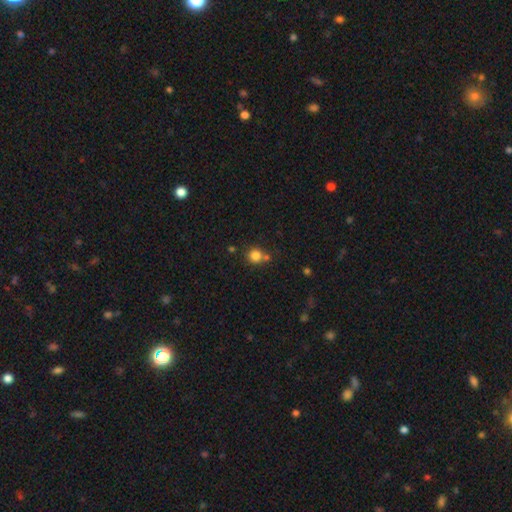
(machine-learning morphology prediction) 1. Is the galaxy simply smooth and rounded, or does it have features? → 82% smooth, 12% star or artifact, 6% featured or disk.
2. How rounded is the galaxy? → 90% round, 9% in between, 1% cigar-shaped.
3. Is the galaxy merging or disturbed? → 64% none, 22% merger, 11% minor disturbance, 4% major disturbance.